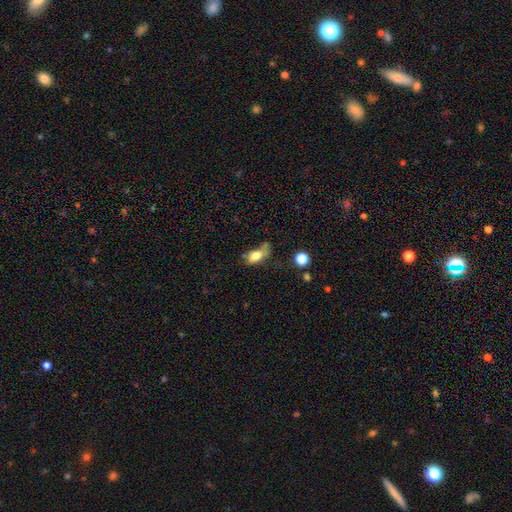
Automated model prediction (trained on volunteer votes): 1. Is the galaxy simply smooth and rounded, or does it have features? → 72% smooth, 19% featured or disk, 10% star or artifact.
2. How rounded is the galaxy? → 82% in between, 12% round, 6% cigar-shaped.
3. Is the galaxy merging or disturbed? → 32% minor disturbance, 29% major disturbance, 28% none, 11% merger.